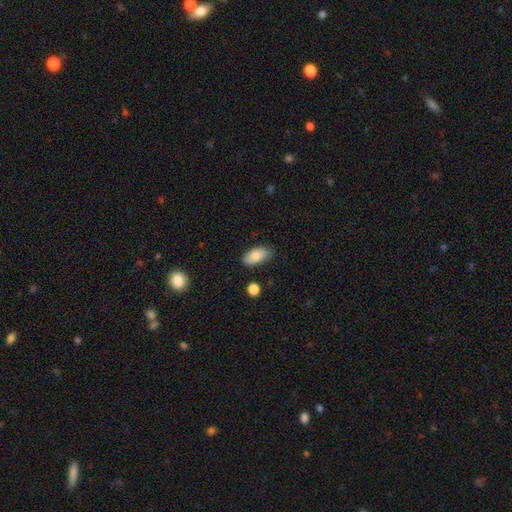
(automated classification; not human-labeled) Morphology: type=smooth (82%); roundness=in between (92%); merging=none (79%).